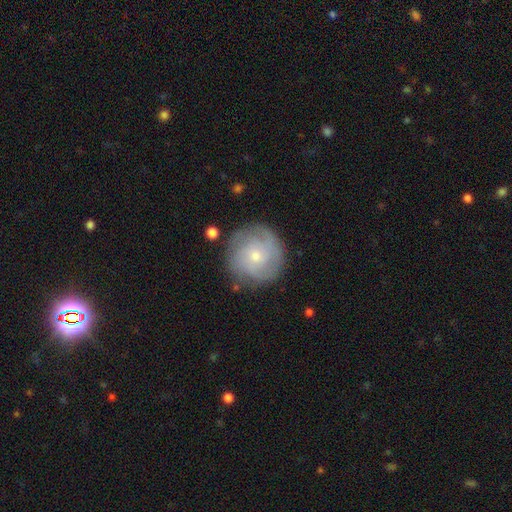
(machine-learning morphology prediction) The model was most divided on "smooth or featured": featured or disk: 60%, smooth: 32%, star or artifact: 7%. More confident: edge-on disk — no (97%); spiral arms — yes (85%); merging — none (80%); bar — no (78%); bulge size — small (65%).